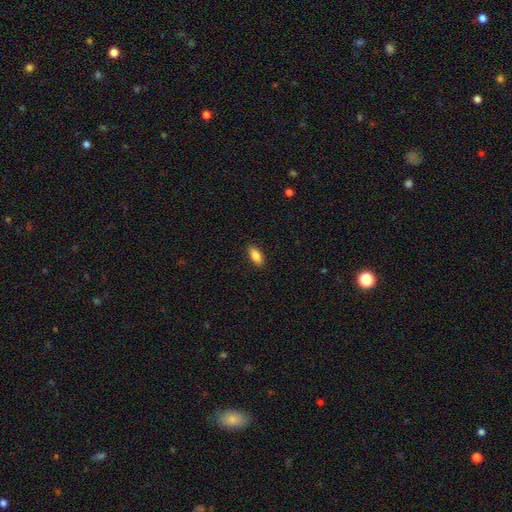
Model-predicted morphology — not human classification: smooth 86%, featured or disk 7%, star or artifact 7%. Down the decision tree: how rounded — in between (86%); merging — none (89%).